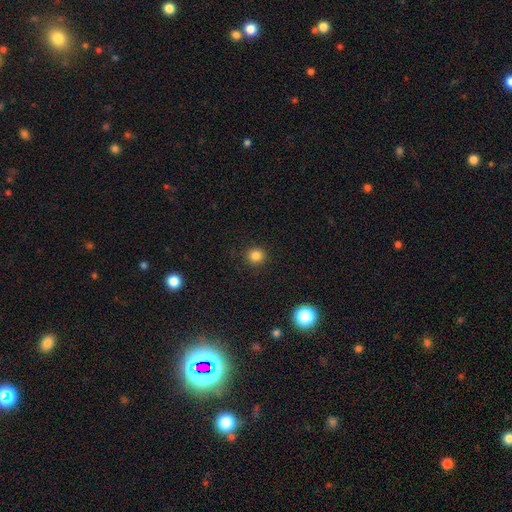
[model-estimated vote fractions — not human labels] smooth-or-featured: smooth: 83% | star or artifact: 13% | featured or disk: 4%
  how-rounded: round: 91% | in between: 8% | cigar-shaped: 1%
  merging: none: 91% | minor disturbance: 6% | major disturbance: 2% | merger: 1%